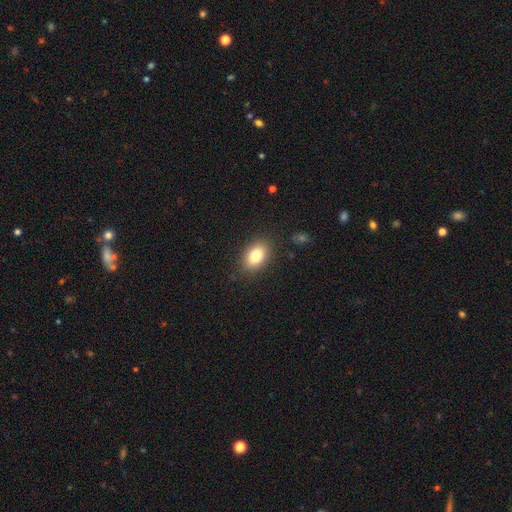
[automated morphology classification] Smooth or featured? smooth (81%)
How rounded? in between (86%)
Merging? none (85%)